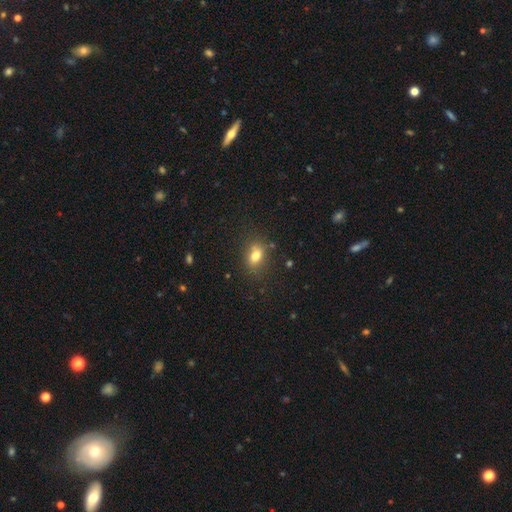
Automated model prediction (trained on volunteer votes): Smooth or featured? Predicted: smooth (p=0.77). How rounded? Predicted: in between (p=0.72). Merging? Predicted: none (p=0.74).